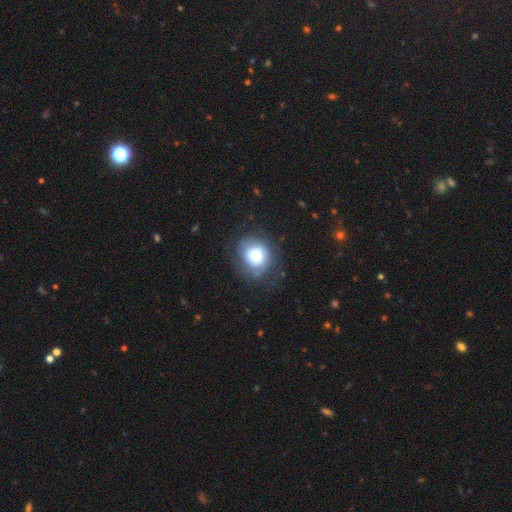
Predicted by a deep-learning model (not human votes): A smooth galaxy with no disk features (61%) that is round (76%).

Vote fractions:
- Smooth or featured? smooth: 61% / featured or disk: 30% / star or artifact: 9%
- How rounded? round: 76% / in between: 24% / cigar-shaped: 1%
- Merging? none: 64% / minor disturbance: 21% / major disturbance: 14% / merger: 2%